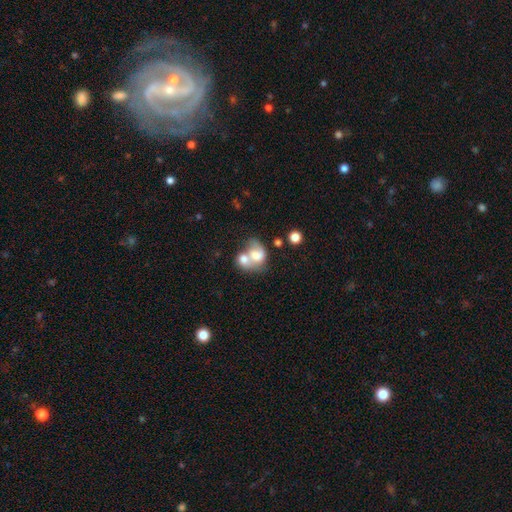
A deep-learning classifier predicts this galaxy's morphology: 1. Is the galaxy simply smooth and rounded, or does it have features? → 61% smooth, 31% featured or disk, 9% star or artifact.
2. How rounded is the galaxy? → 56% in between, 43% round, 1% cigar-shaped.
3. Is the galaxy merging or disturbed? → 70% merger, 13% none, 10% major disturbance, 7% minor disturbance.